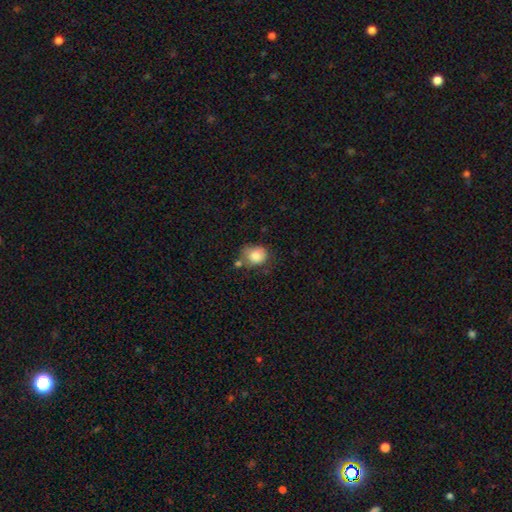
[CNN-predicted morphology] type=smooth (82%); roundness=round (62%); merging=none (47%).